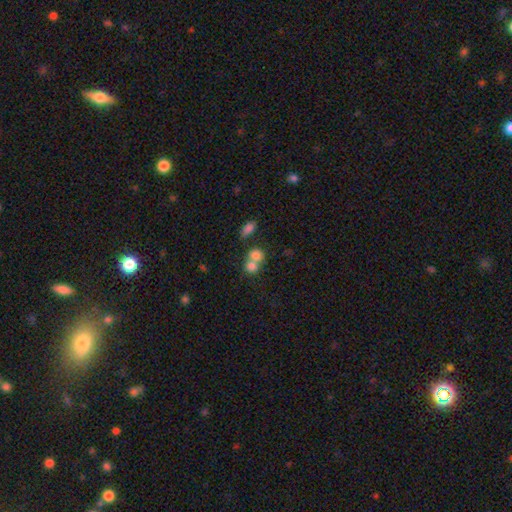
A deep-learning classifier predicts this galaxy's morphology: This appears to be a smooth galaxy with no disk features (78%) that is round (73%). Merging: merger (56%).